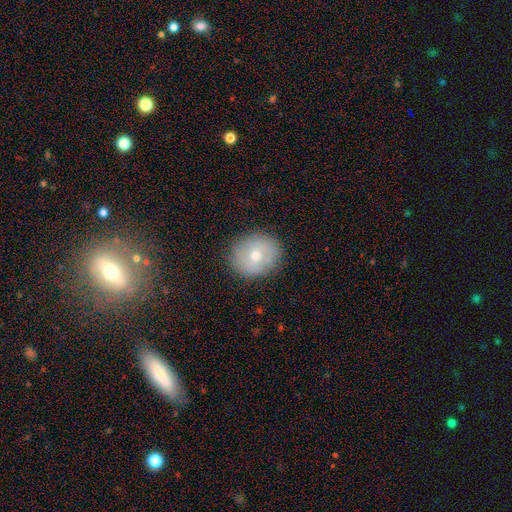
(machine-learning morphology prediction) Smooth or featured? smooth (58%)
How rounded? round (72%)
Merging? none (85%)